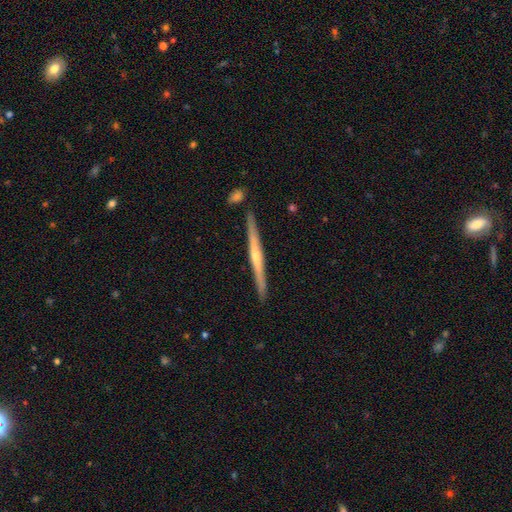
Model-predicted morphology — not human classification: A featured or disk galaxy (78%) viewed edge-on (98%) with a rounded central bulge (77%).

Vote fractions:
- Smooth or featured? featured or disk: 78% / smooth: 16% / star or artifact: 6%
- Edge-on disk? yes: 98% / no: 2%
- Edge-on bulge? rounded: 77% / none: 17% / boxy: 6%
- Merging? none: 87% / minor disturbance: 8% / merger: 3% / major disturbance: 2%